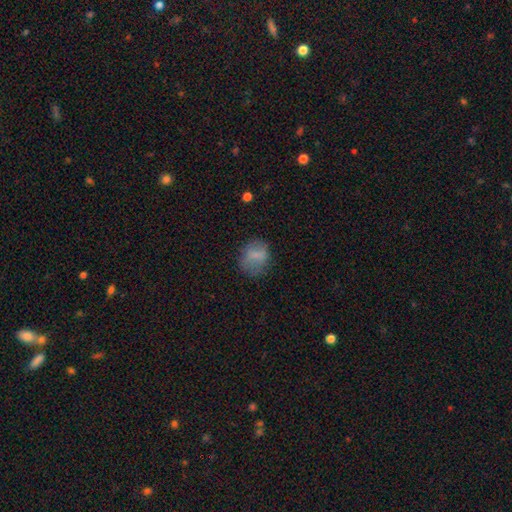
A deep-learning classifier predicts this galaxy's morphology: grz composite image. It shows a smooth galaxy with no disk features (72%) that is round (53%). Merging: none (68%).